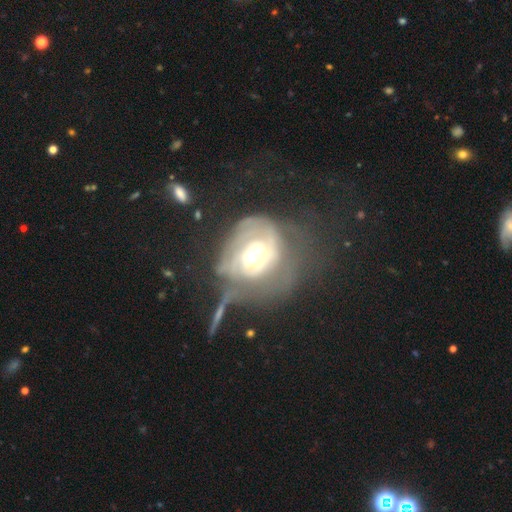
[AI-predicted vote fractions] This is likely a featured or disk galaxy (70%). It is clearly not viewed edge-on (95%). Bar: likely no (63%). Spiral arm pattern: likely yes (64%). Central bulge: possibly moderate (58%). Merging: marginally major disturbance (42%).